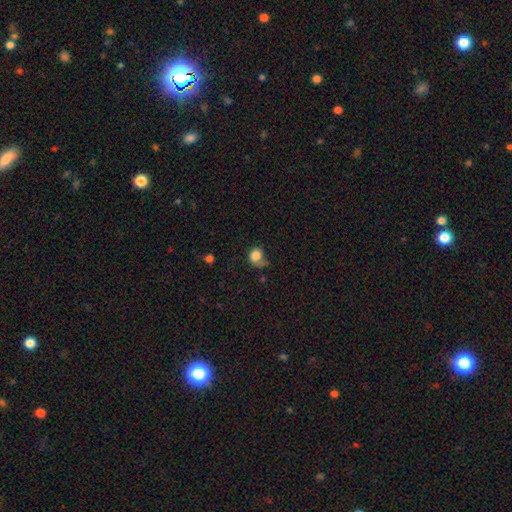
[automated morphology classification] Q: Smooth or featured?
A: smooth (80%); runner-up: featured or disk (11%)
Q: How rounded?
A: round (70%); runner-up: in between (29%)
Q: Merging?
A: none (39%); runner-up: minor disturbance (30%)